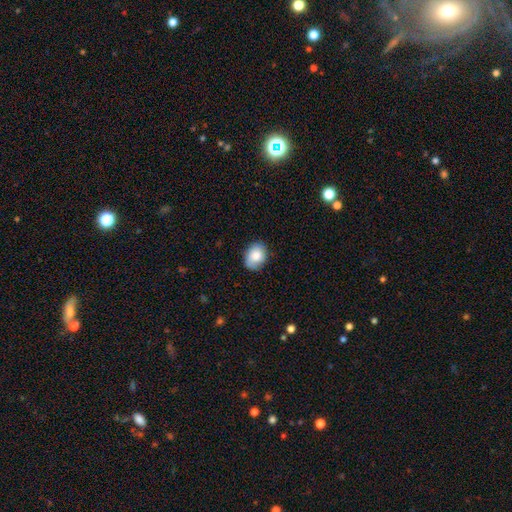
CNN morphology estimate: This is clearly a smooth galaxy (82%). How rounded: likely in between (62%). Merging: clearly none (82%).